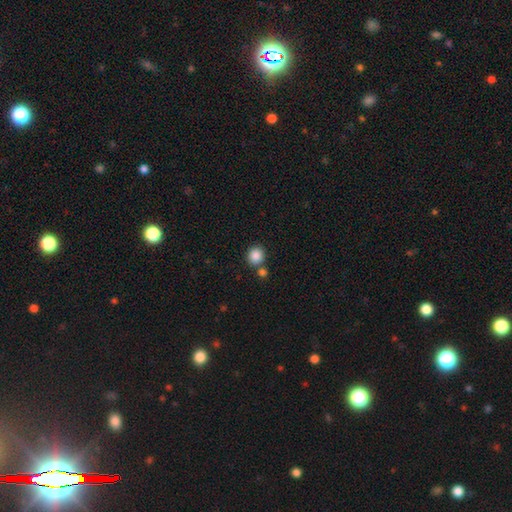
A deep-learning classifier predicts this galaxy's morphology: The model was most divided on "merging": none: 73%, merger: 16%, minor disturbance: 8%, major disturbance: 3%. More confident: how rounded — round (87%); smooth or featured — smooth (87%).